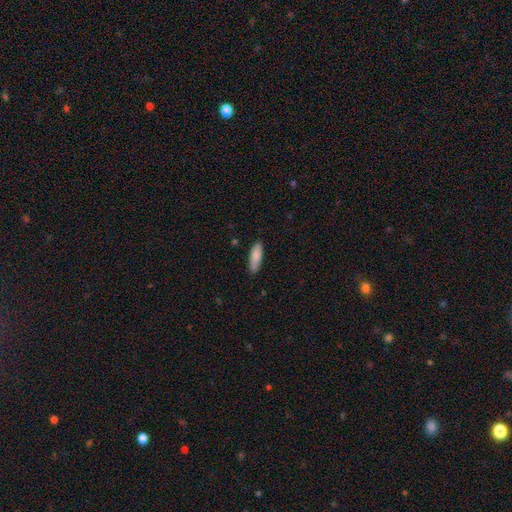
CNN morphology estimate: smooth-or-featured: smooth: 85% | featured or disk: 9% | star or artifact: 6%
  how-rounded: in between: 58% | cigar-shaped: 40% | round: 2%
  merging: none: 84% | minor disturbance: 13% | major disturbance: 2% | merger: 1%